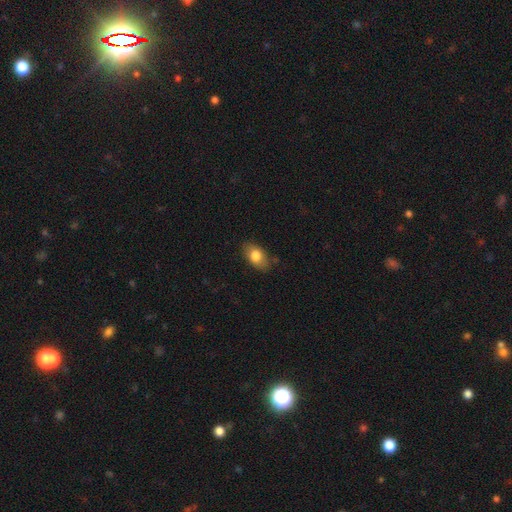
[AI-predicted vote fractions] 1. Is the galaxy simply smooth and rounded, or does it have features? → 80% smooth, 13% featured or disk, 7% star or artifact.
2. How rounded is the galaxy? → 89% in between, 9% round, 2% cigar-shaped.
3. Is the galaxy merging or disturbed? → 79% none, 16% minor disturbance, 4% major disturbance, 2% merger.